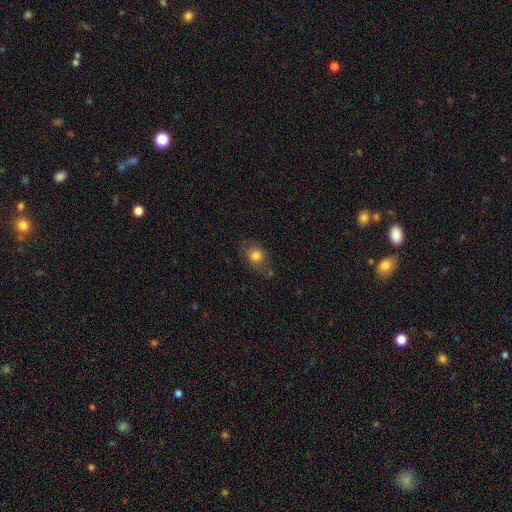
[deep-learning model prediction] This appears to be a smooth galaxy with no disk features (76%) that is in between round and cigar-shaped (55%). Merging: none (66%).